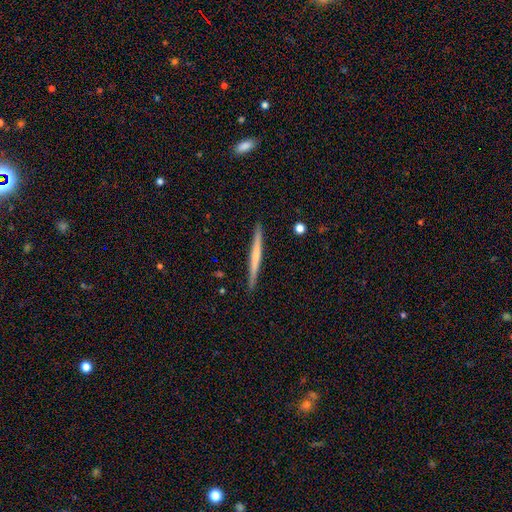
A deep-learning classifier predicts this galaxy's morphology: Smooth or featured? featured or disk (51%)
Edge-on disk? yes (98%)
Merging? none (91%)